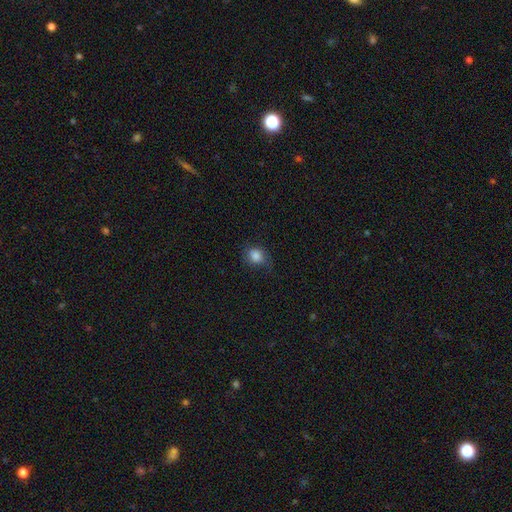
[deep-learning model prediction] smooth_or_featured: smooth (p=0.84) [alt: star or artifact p=0.10]
how_rounded: round (p=0.60) [alt: in between p=0.39]
merging: none (p=0.66) [alt: minor disturbance p=0.25]